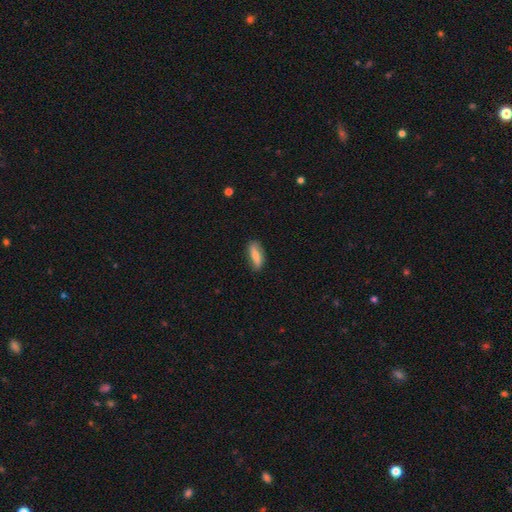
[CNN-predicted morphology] smooth-or-featured: smooth: 68% | featured or disk: 25% | star or artifact: 7%
  how-rounded: in between: 61% | cigar-shaped: 36% | round: 3%
  merging: none: 77% | minor disturbance: 18% | major disturbance: 4% | merger: 1%